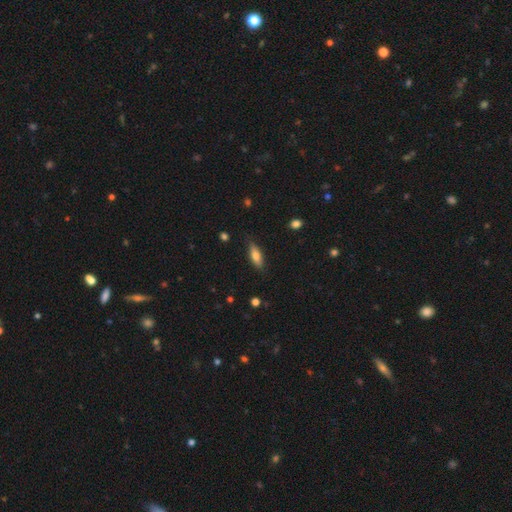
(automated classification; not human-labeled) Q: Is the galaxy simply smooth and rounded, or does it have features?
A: smooth — 70%.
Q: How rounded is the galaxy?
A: in between — 55%.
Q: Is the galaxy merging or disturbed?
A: none — 81%.